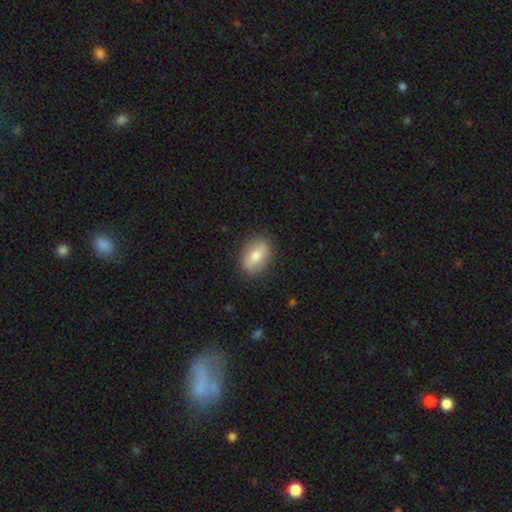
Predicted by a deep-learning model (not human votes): Morphology: type=smooth (68%); roundness=in between (84%); merging=none (86%).